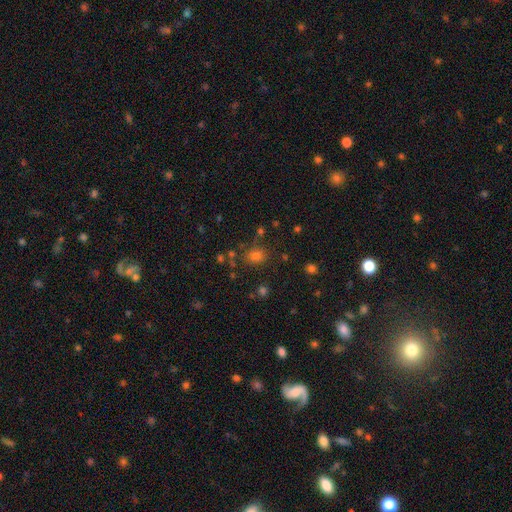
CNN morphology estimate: A smooth galaxy with no disk features (68%) that is round (70%). Merging: none (79%).